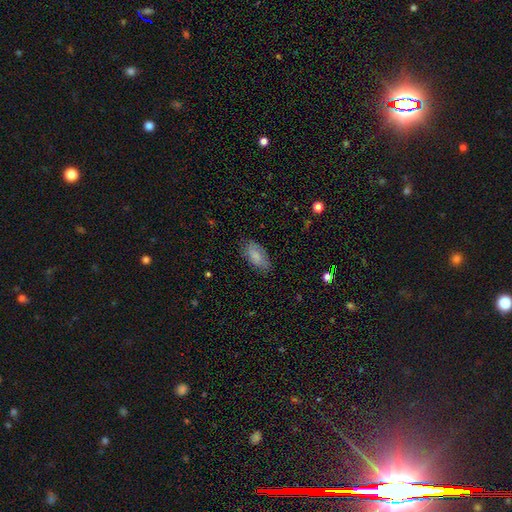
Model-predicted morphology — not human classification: A smooth galaxy with no disk features (78%) that is in between round and cigar-shaped (91%).

Vote fractions:
- Smooth or featured? smooth: 78% / featured or disk: 14% / star or artifact: 7%
- How rounded? in between: 91% / cigar-shaped: 6% / round: 3%
- Merging? none: 73% / minor disturbance: 21% / major disturbance: 5% / merger: 1%